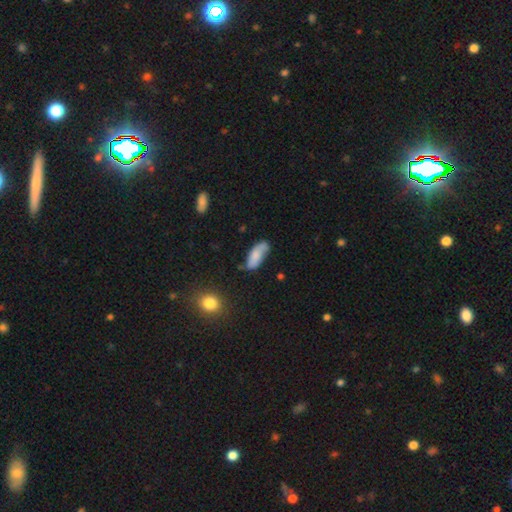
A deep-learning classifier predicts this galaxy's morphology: smooth 69%, featured or disk 24%, star or artifact 7%. Down the decision tree: how rounded — in between (81%); merging — none (59%).